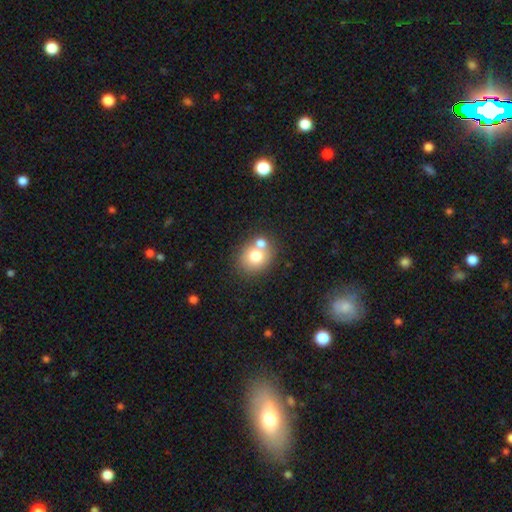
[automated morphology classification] This is likely a smooth galaxy (73%). How rounded: likely round (66%). Merging: possibly none (52%).